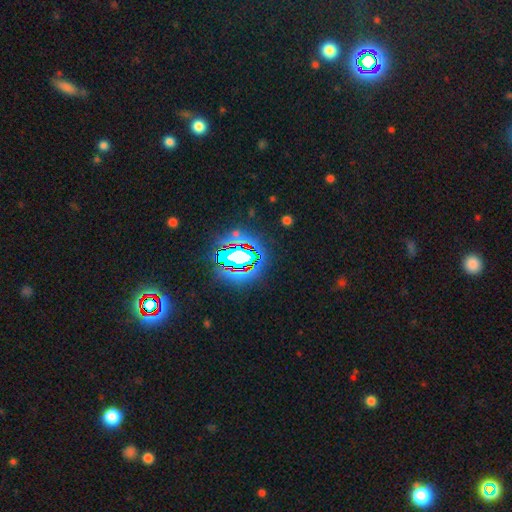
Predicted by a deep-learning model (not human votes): A star or artifact, not a galaxy (78%).